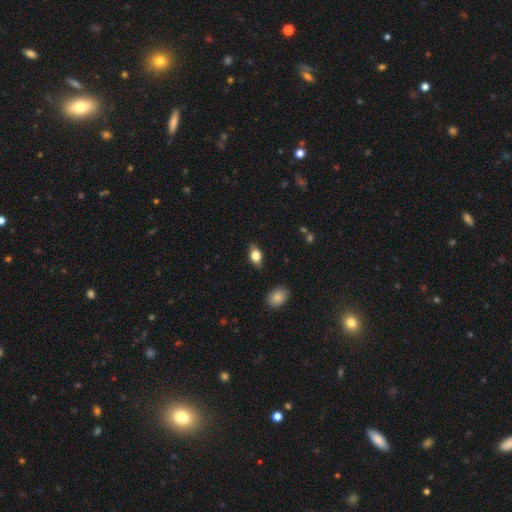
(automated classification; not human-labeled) Smooth or featured? Predicted: smooth (p=0.71). How rounded? Predicted: in between (p=0.81). Merging? Predicted: none (p=0.83).